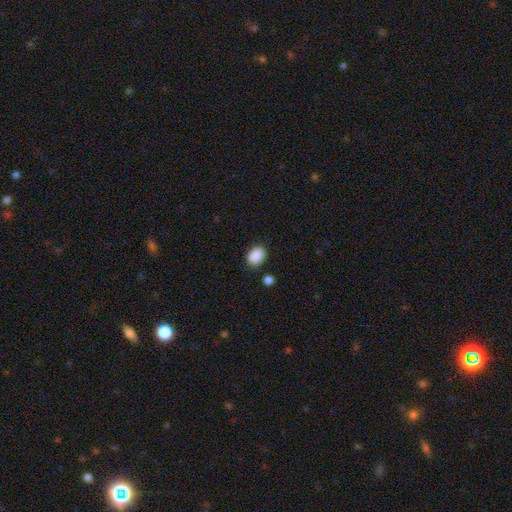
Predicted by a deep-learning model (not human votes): smooth-or-featured: smooth: 90% | star or artifact: 8% | featured or disk: 3%
  how-rounded: in between: 72% | round: 27% | cigar-shaped: 1%
  merging: none: 84% | minor disturbance: 10% | merger: 3% | major disturbance: 3%